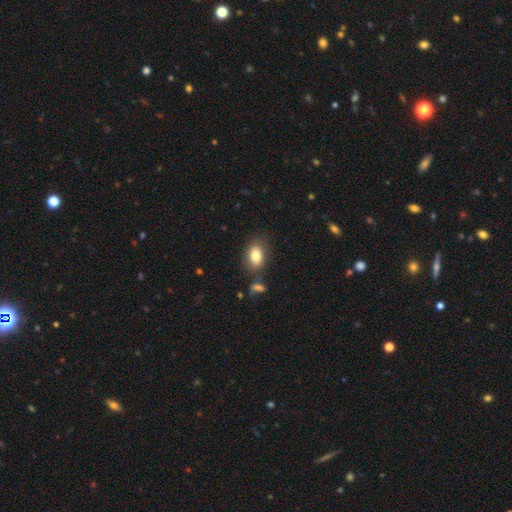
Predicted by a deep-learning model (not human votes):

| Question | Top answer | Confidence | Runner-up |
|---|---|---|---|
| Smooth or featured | smooth | 79% | featured or disk (12%) |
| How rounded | in between | 85% | round (13%) |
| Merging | none | 74% | minor disturbance (14%) |